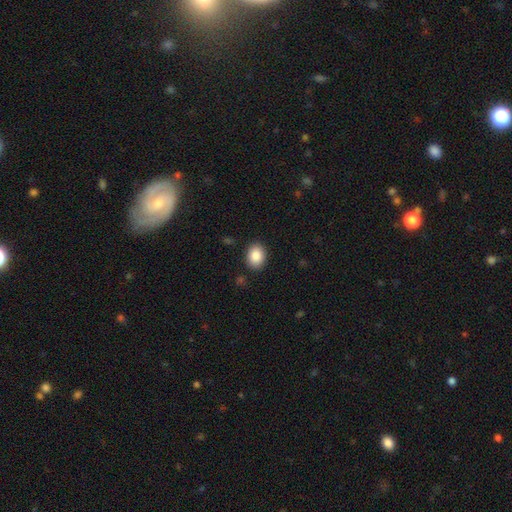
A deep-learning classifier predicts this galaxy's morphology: smooth 88%, star or artifact 8%, featured or disk 5%. Down the decision tree: how rounded — in between (65%); merging — none (88%).